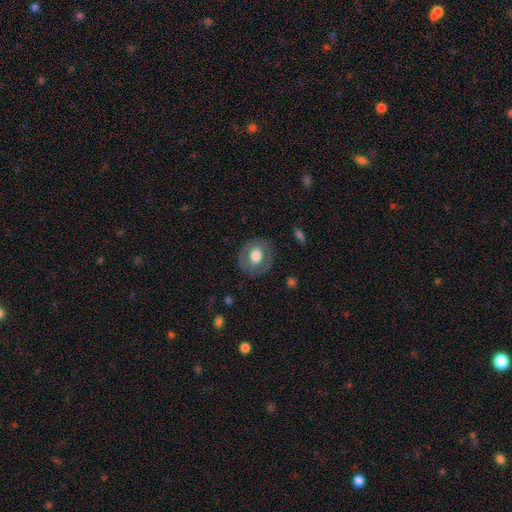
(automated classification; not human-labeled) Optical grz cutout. It shows a smooth galaxy with no disk features (57%) that is round (67%). Merging: none (82%).